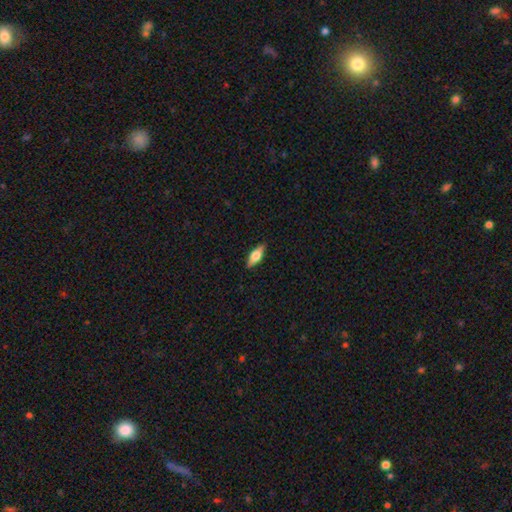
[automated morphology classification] Smooth or featured?
  - smooth: 56% *
  - featured or disk: 38%
  - star or artifact: 6%
How rounded?
  - in between: 67% *
  - cigar-shaped: 30%
  - round: 3%
Merging?
  - none: 89% *
  - minor disturbance: 9%
  - major disturbance: 2%
  - merger: 1%